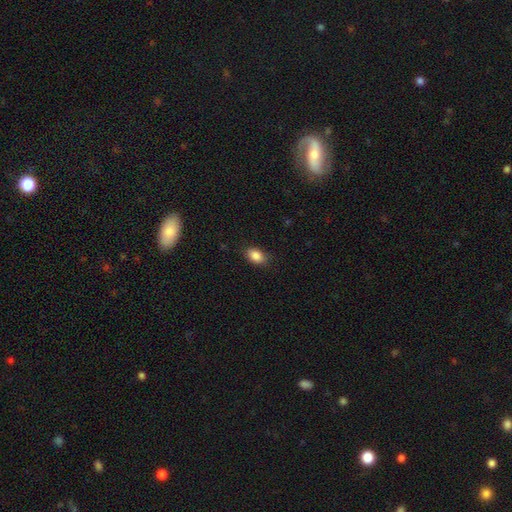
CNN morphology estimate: Overall: smooth (87%). How rounded: in between (85%). Merging: none (83%).